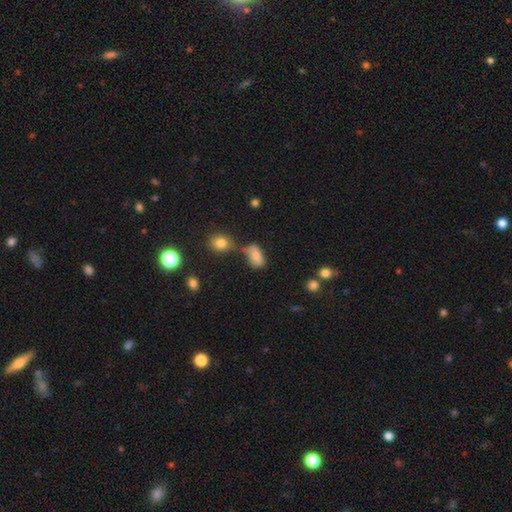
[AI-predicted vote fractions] smooth-or-featured: smooth: 74% | featured or disk: 14% | star or artifact: 12%
  how-rounded: in between: 86% | round: 9% | cigar-shaped: 5%
  merging: none: 41% | minor disturbance: 25% | merger: 21% | major disturbance: 12%